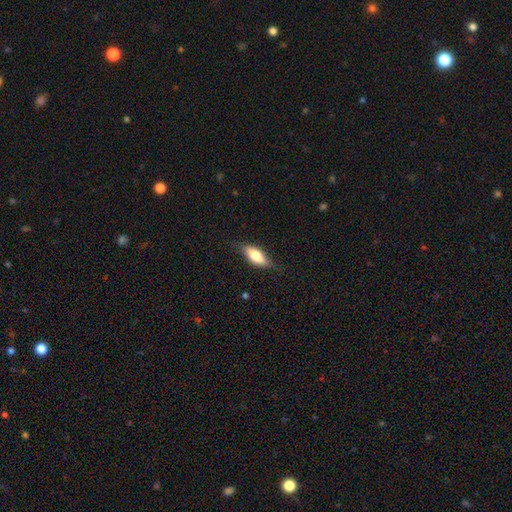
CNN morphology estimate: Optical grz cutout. It shows a smooth galaxy with no disk features (66%) that is in between round and cigar-shaped (77%). Merging: none (70%).